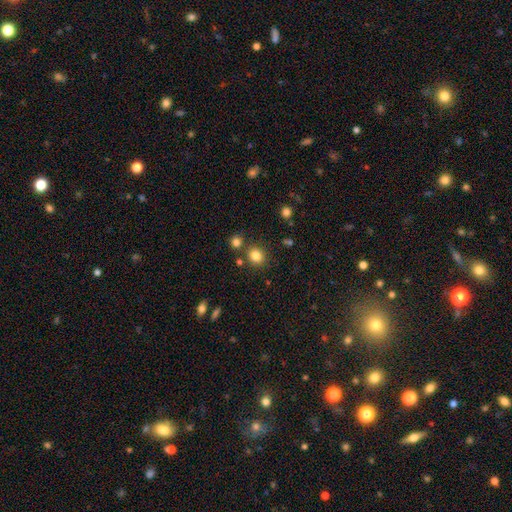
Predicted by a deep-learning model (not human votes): Q: Smooth or featured?
A: smooth (83%); runner-up: star or artifact (12%)
Q: How rounded?
A: round (81%); runner-up: in between (18%)
Q: Merging?
A: none (81%); runner-up: merger (8%)